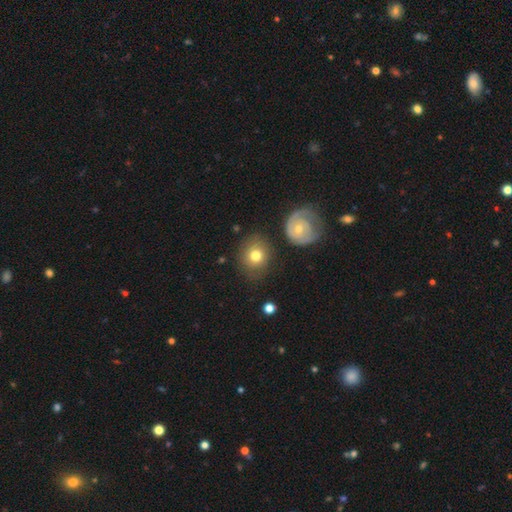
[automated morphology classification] A smooth galaxy with no disk features (73%) that is round (76%).

Vote fractions:
- Smooth or featured? smooth: 73% / featured or disk: 17% / star or artifact: 9%
- How rounded? round: 76% / in between: 23% / cigar-shaped: 1%
- Merging? none: 74% / minor disturbance: 14% / merger: 6% / major disturbance: 5%